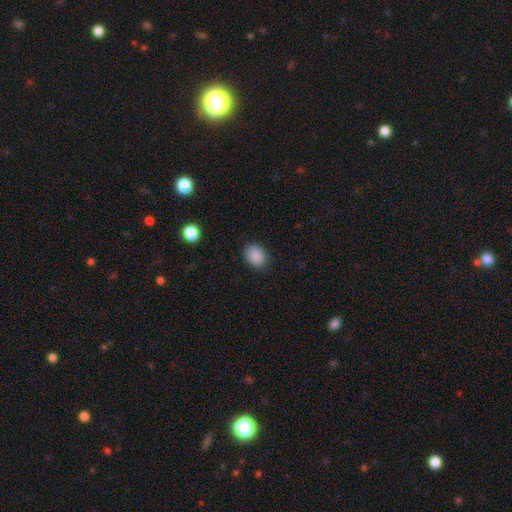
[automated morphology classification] A smooth galaxy with no disk features (88%) that is in between round and cigar-shaped (66%).

Vote fractions:
- Smooth or featured? smooth: 88% / star or artifact: 8% / featured or disk: 3%
- How rounded? in between: 66% / round: 34% / cigar-shaped: 1%
- Merging? none: 85% / minor disturbance: 11% / major disturbance: 3% / merger: 1%